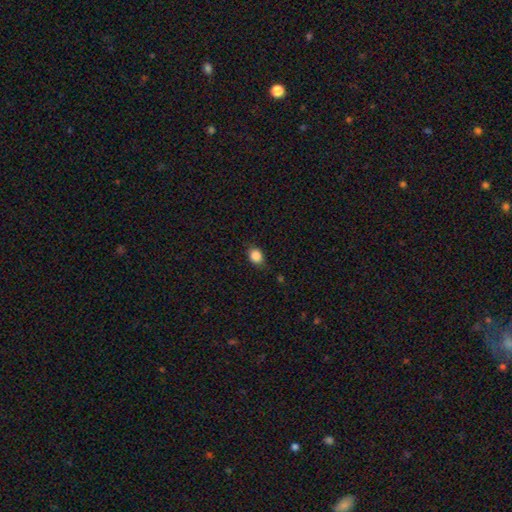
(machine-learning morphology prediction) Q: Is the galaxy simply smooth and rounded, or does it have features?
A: smooth — 87%.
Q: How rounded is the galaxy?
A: in between — 52%.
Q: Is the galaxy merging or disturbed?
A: none — 79%.